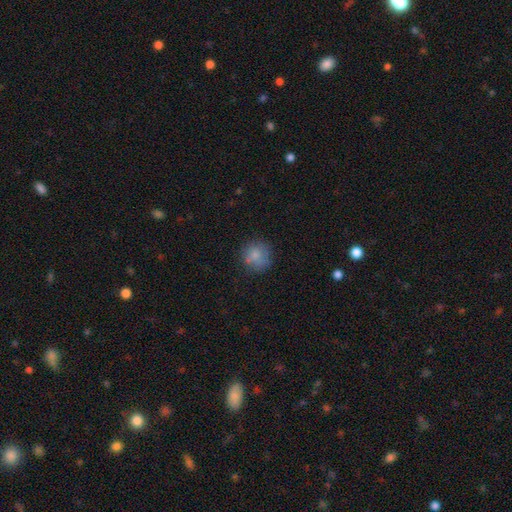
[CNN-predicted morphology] A smooth galaxy with no disk features (77%) that is round (89%).

Vote fractions:
- Smooth or featured? smooth: 77% / featured or disk: 14% / star or artifact: 10%
- How rounded? round: 89% / in between: 10% / cigar-shaped: 1%
- Merging? none: 69% / minor disturbance: 19% / major disturbance: 7% / merger: 6%